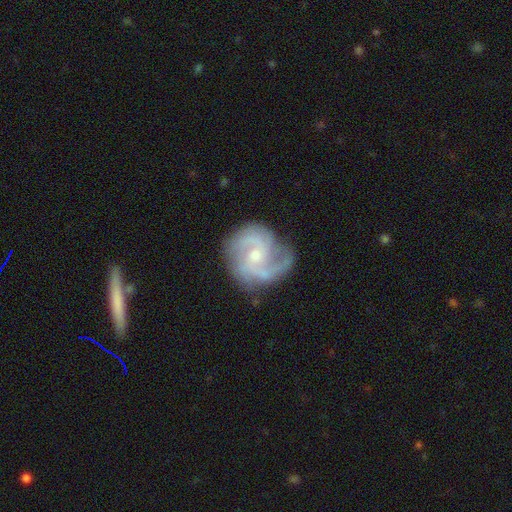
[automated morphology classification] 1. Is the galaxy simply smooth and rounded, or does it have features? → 88% featured or disk, 6% smooth, 5% star or artifact.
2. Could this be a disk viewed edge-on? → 98% no, 2% yes.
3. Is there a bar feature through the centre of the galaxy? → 56% no, 38% weak, 6% strong.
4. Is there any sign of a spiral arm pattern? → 97% yes, 3% no.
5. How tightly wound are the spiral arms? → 55% medium, 27% tight, 18% loose.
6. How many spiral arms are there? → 66% 2, 17% 3, 8% can't tell, 4% 1, 3% 4, 3% more than 4.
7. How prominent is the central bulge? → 57% small, 39% moderate, 2% none, 1% large, 1% dominant.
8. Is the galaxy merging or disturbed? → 72% none, 19% minor disturbance, 8% major disturbance, 2% merger.